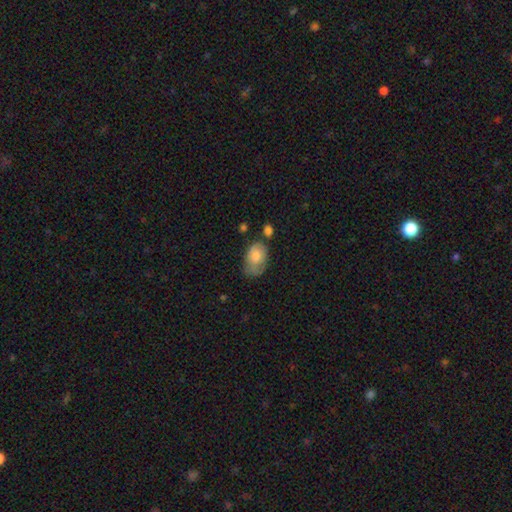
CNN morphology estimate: Smooth or featured?
  - smooth: 73% *
  - featured or disk: 20%
  - star or artifact: 8%
How rounded?
  - in between: 84% *
  - round: 14%
  - cigar-shaped: 1%
Merging?
  - none: 37% * (tied)
  - minor disturbance: 37% * (tied)
  - major disturbance: 18%
  - merger: 8%